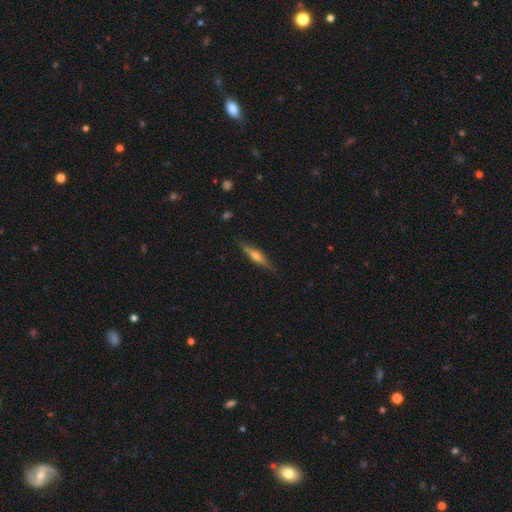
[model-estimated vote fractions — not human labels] featured or disk 56%, smooth 37%, star or artifact 7%. Down the decision tree: edge-on disk — yes (96%); edge-on bulge — rounded (75%); merging — none (86%).